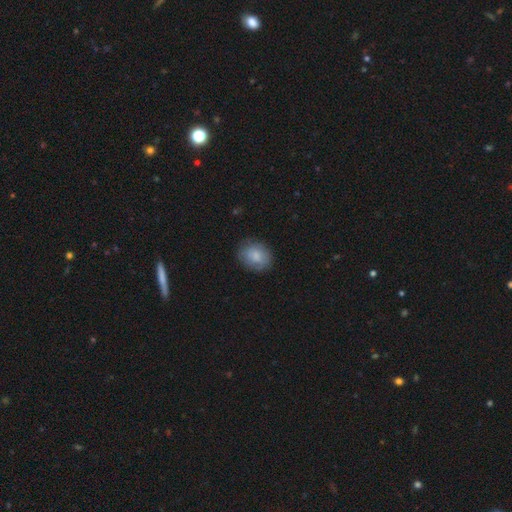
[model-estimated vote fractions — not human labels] Q: Smooth or featured?
A: smooth (77%); runner-up: featured or disk (16%)
Q: How rounded?
A: round (55%); runner-up: in between (44%)
Q: Merging?
A: none (76%); runner-up: minor disturbance (18%)